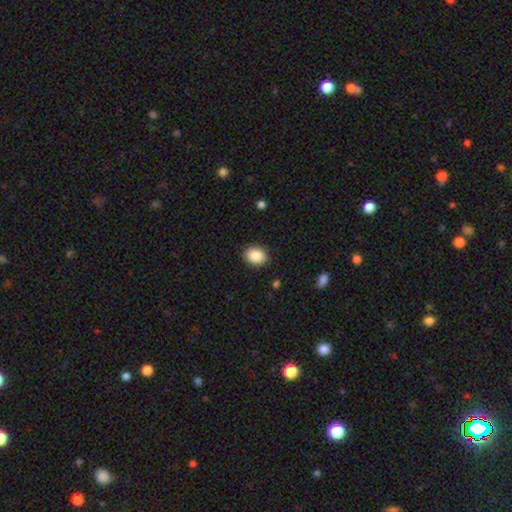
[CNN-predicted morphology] Smooth or featured: smooth — 87% (star or artifact — 8%)
How rounded: in between — 56% (round — 43%)
Merging: none — 89% (minor disturbance — 8%)